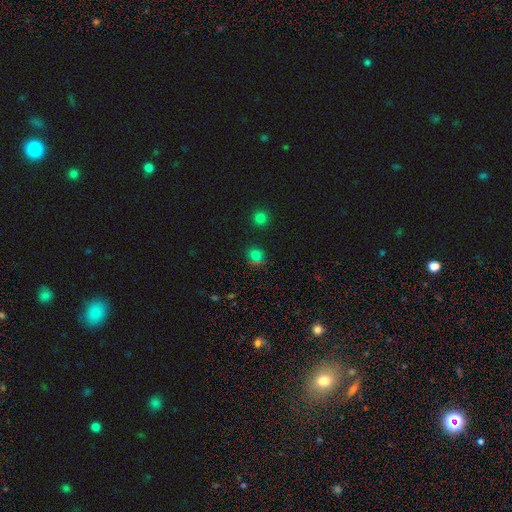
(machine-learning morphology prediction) Overall: smooth (62%; star or artifact 31%). How rounded: round (89%). Merging: none (80%).